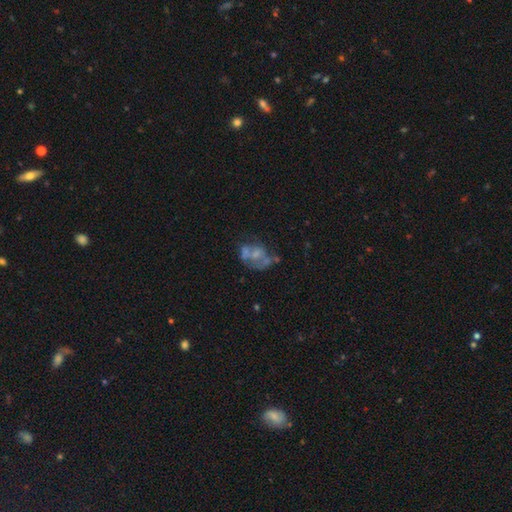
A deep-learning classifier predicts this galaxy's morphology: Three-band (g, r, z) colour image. It shows a featured or disk galaxy (58%) with no bar (86%), no spiral arms (84%) and no central bulge (46%). Merging: none (36%).